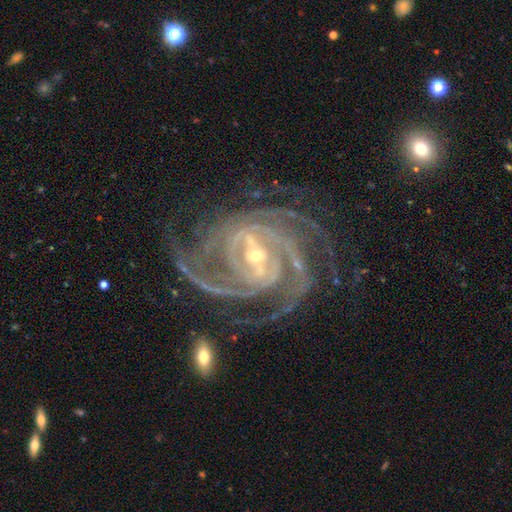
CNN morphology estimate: Smooth or featured? featured or disk (93%)
Edge-on disk? no (98%)
Bar? strong (52%)
Spiral arms? yes (99%)
Spiral winding? tight (68%)
Spiral arm count? 4 (31%)
Bulge size? small (61%)
Merging? none (70%)